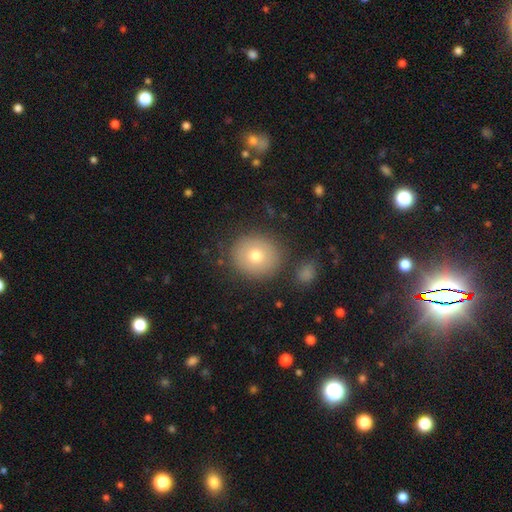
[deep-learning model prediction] Overall: smooth (73%). How rounded: round (88%). Merging: none (86%).